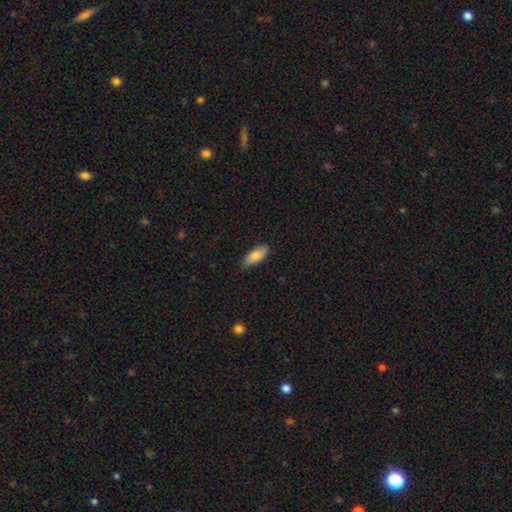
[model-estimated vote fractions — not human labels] A smooth galaxy with no disk features (83%) that is in between round and cigar-shaped (81%). Merging: none (80%).